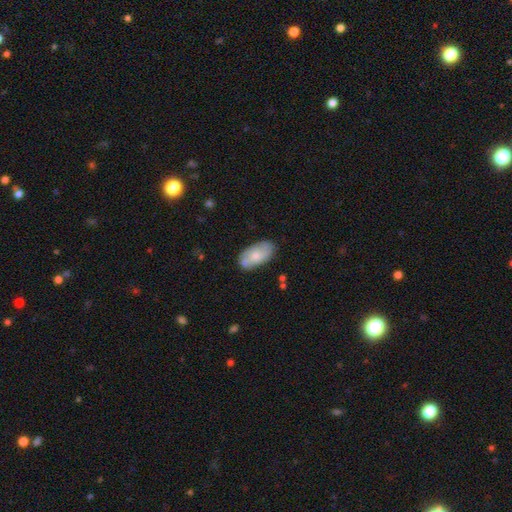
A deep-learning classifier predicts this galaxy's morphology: Smooth or featured? Predicted: smooth (p=0.63). How rounded? Predicted: in between (p=0.93). Merging? Predicted: none (p=0.73).